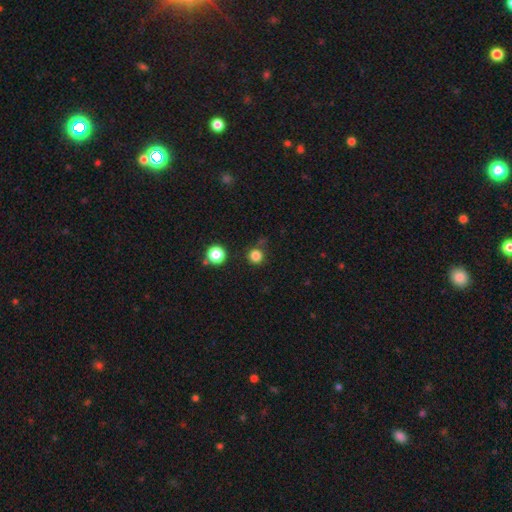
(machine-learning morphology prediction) Smooth or featured: smooth — 82% (star or artifact — 15%)
How rounded: round — 95% (in between — 4%)
Merging: none — 81% (minor disturbance — 11%)